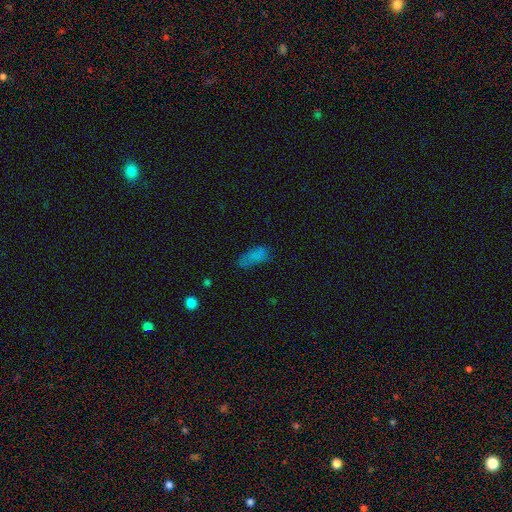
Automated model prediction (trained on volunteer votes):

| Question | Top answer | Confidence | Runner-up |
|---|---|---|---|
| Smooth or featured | smooth | 75% | star or artifact (15%) |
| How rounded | in between | 80% | cigar-shaped (17%) |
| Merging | none | 51% | minor disturbance (30%) |